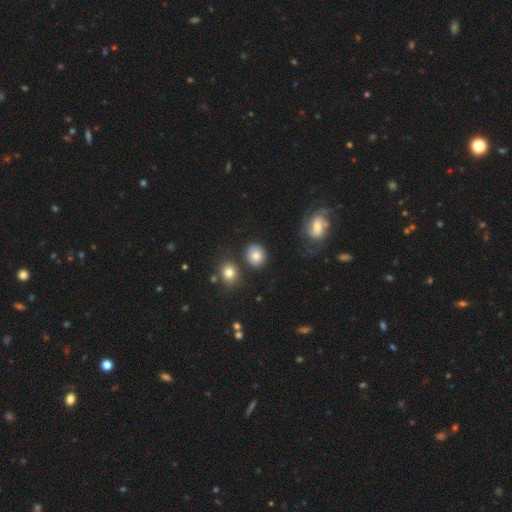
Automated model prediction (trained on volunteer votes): A smooth galaxy with no disk features (80%) that is round (78%). Merging: none (80%).